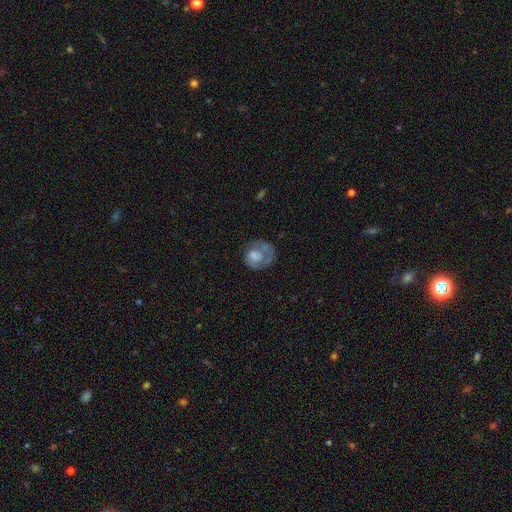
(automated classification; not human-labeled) A smooth galaxy with no disk features (53%) that is round (72%). Merging: none (46%).